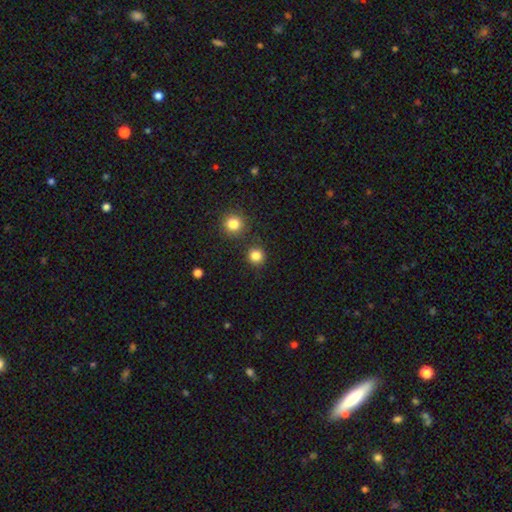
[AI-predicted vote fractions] Morphology: type=smooth (84%); roundness=round (93%); merging=none (87%).